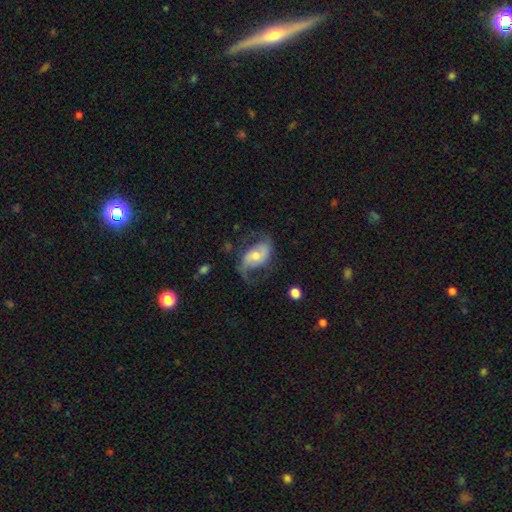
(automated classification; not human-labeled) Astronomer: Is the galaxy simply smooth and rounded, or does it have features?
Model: featured or disk — 75%.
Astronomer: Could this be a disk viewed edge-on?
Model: no — 96%.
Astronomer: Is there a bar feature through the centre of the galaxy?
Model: no — 46% (runner-up: weak, 37%).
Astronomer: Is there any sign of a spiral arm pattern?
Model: yes — 90%.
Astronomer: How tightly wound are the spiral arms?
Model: loose — 57% (runner-up: medium, 34%).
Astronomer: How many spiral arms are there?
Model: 2 — 88%.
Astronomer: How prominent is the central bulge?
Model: moderate — 61%.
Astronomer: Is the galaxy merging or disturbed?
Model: none — 60%.